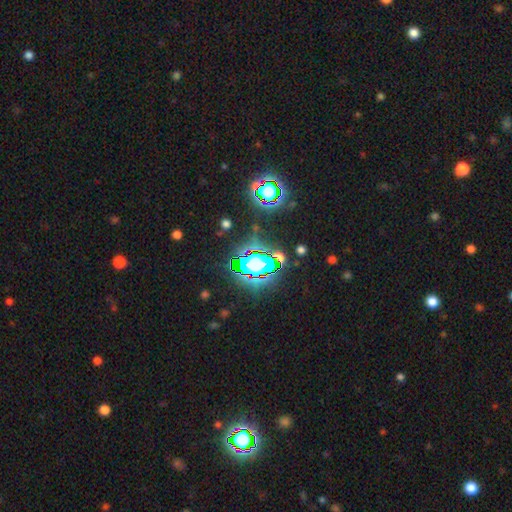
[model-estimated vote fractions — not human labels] Smooth or featured? Predicted: star or artifact (p=0.78).